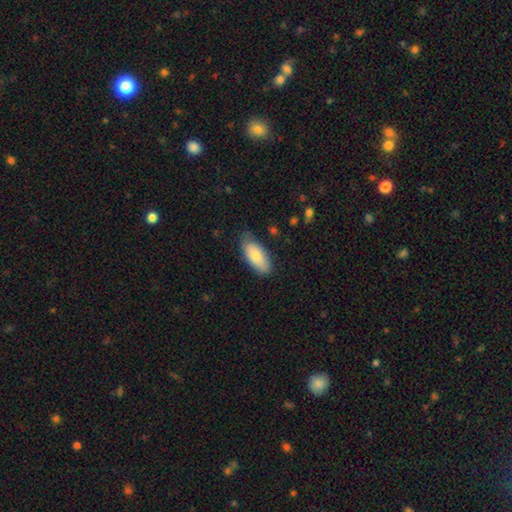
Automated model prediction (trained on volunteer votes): smooth_or_featured: smooth (p=0.79) [alt: featured or disk p=0.15]
how_rounded: in between (p=0.89) [alt: cigar-shaped p=0.09]
merging: none (p=0.74) [alt: minor disturbance p=0.21]